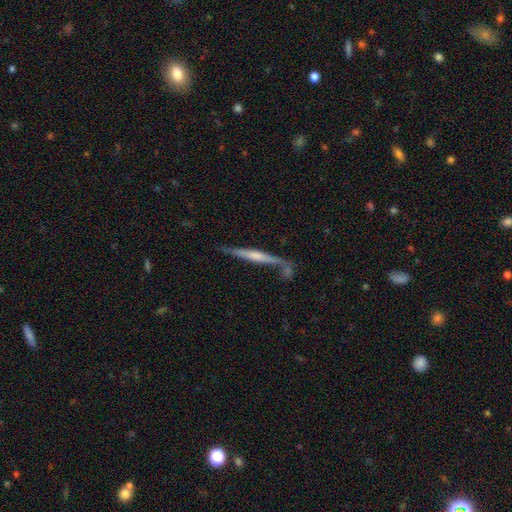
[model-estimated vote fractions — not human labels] Smooth or featured?
  - featured or disk: 64% *
  - smooth: 30%
  - star or artifact: 6%
Edge-on disk?
  - yes: 97% *
  - no: 3%
Edge-on bulge?
  - rounded: 54% *
  - none: 28%
  - boxy: 19%
Merging?
  - none: 70% *
  - minor disturbance: 15%
  - merger: 11%
  - major disturbance: 4%